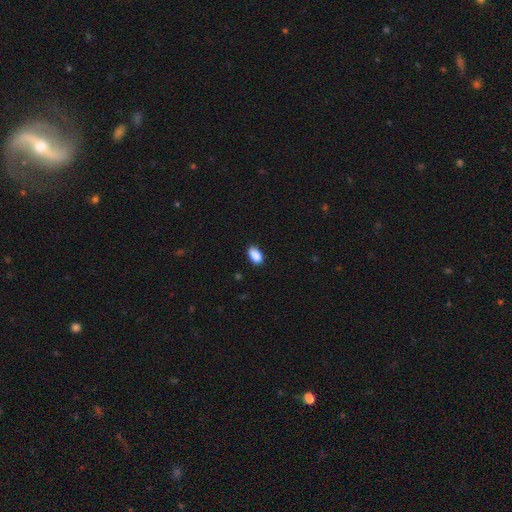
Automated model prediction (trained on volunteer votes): Smooth or featured?
  - smooth: 89% *
  - star or artifact: 8%
  - featured or disk: 3%
How rounded?
  - in between: 92% *
  - round: 6%
  - cigar-shaped: 2%
Merging?
  - none: 82% *
  - minor disturbance: 15%
  - major disturbance: 2%
  - merger: 1%